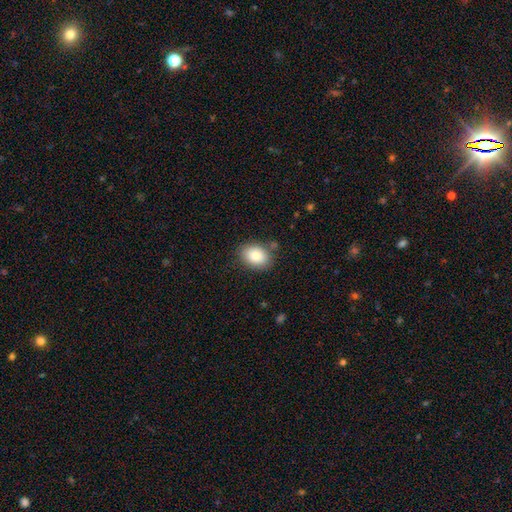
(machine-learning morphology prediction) Smooth or featured? Predicted: smooth (p=0.84). How rounded? Predicted: in between (p=0.72). Merging? Predicted: none (p=0.81).